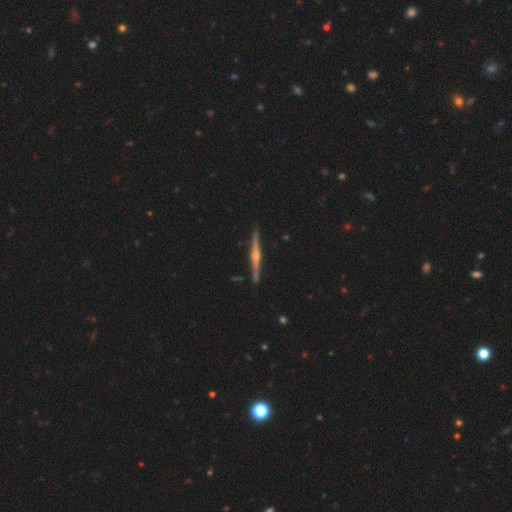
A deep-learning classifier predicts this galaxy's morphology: smooth_or_featured: featured or disk (p=0.85) [alt: smooth p=0.10]
disk_edge_on: yes (p=0.98) [alt: no p=0.02]
edge_on_bulge: rounded (p=0.91) [alt: boxy p=0.05]
merging: none (p=0.90) [alt: minor disturbance p=0.07]